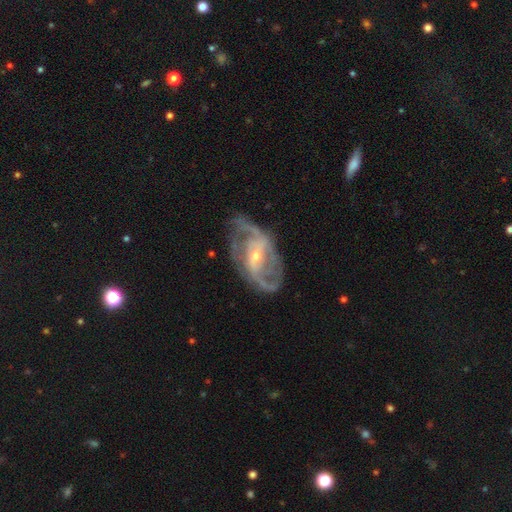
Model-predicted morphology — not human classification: This appears to be a featured or disk galaxy (88%) with a weak bar (42%), 2 (66%) medium (48%) spiral arms (93%) and a small central bulge (60%). Merging: none (65%).